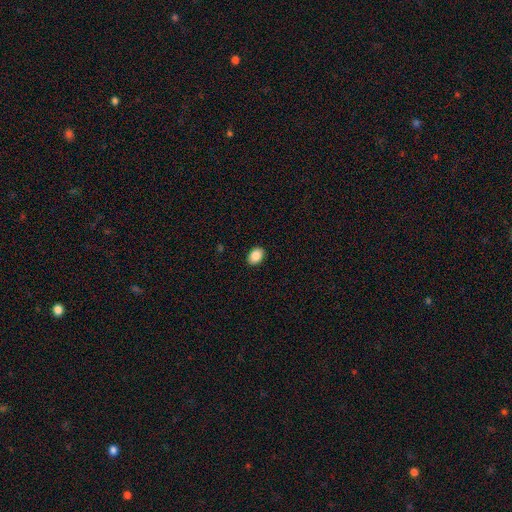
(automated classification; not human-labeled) This appears to be a smooth galaxy with no disk features (89%) that is in between round and cigar-shaped (80%). Merging: none (90%).